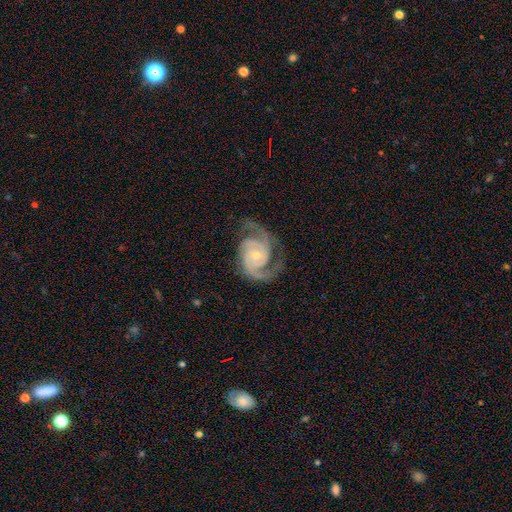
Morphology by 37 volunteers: featured or disk 95%, smooth 5%, star or artifact 0%. Down the decision tree: edge-on disk — no (100%); bar — no (66%); spiral arms — yes (100%); spiral arm count — 3 (54%); spiral winding — tight (49%); bulge size — small (71%); merging — none (49%).